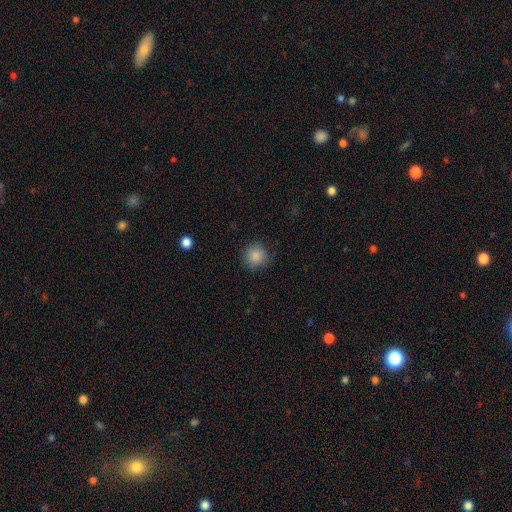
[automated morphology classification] Smooth or featured? Predicted: smooth (p=0.86). How rounded? Predicted: round (p=0.93). Merging? Predicted: none (p=0.86).